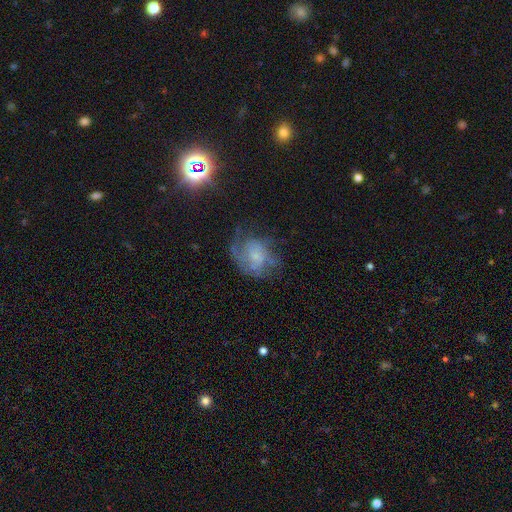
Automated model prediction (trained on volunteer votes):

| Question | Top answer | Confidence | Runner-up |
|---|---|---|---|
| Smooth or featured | featured or disk | 62% | smooth (27%) |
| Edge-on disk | no | 97% | yes (3%) |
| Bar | no | 69% | weak (27%) |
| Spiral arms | yes | 77% | no (23%) |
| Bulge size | small | 55% | moderate (23%) |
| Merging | none | 43% | major disturbance (32%) |